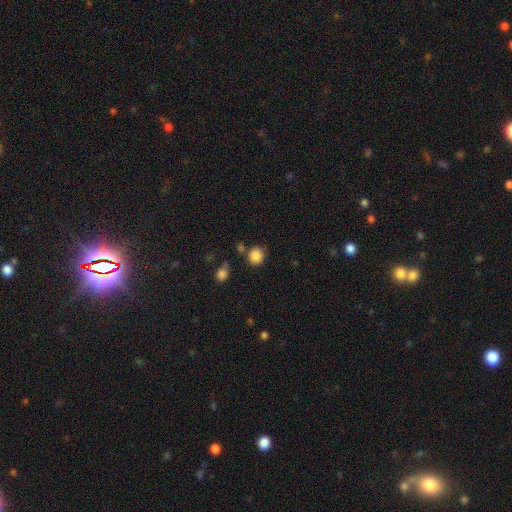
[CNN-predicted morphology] This is clearly a smooth galaxy (86%). How rounded: clearly round (85%). Merging: likely none (77%).